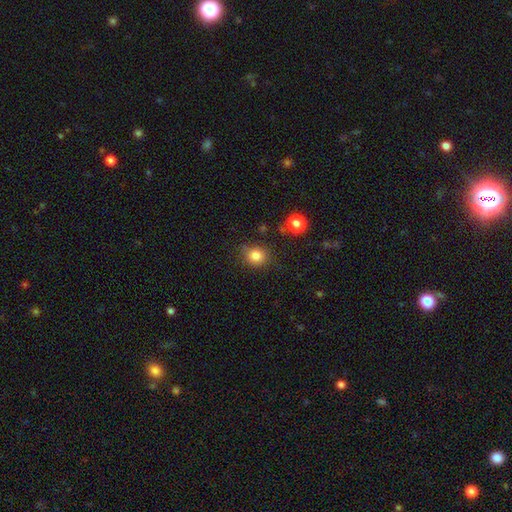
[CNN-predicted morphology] This is clearly a smooth galaxy (82%). How rounded: clearly round (84%). Merging: likely none (79%).